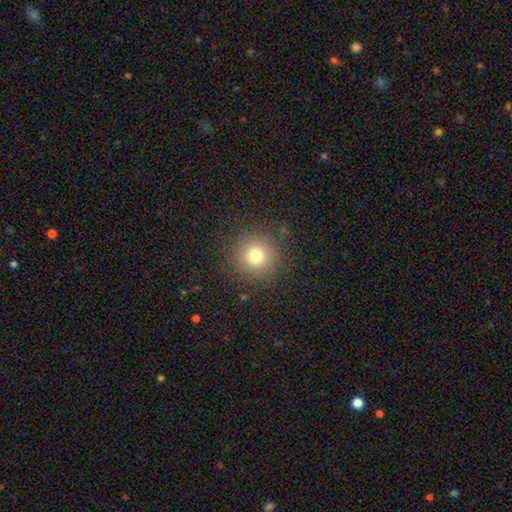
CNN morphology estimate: Smooth or featured? Predicted: smooth (p=0.76). How rounded? Predicted: round (p=0.95). Merging? Predicted: none (p=0.89).